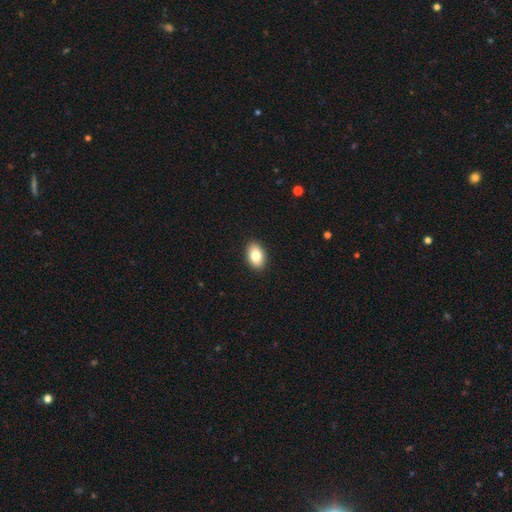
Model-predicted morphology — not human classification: A smooth galaxy with no disk features (81%) that is in between round and cigar-shaped (89%).

Vote fractions:
- Smooth or featured? smooth: 81% / featured or disk: 11% / star or artifact: 8%
- How rounded? in between: 89% / round: 10% / cigar-shaped: 1%
- Merging? none: 91% / minor disturbance: 6% / major disturbance: 2% / merger: 1%